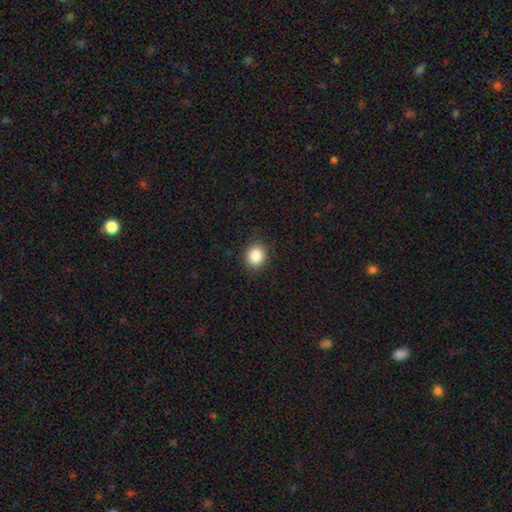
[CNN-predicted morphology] A smooth galaxy with no disk features (88%) that is round (80%).

Vote fractions:
- Smooth or featured? smooth: 88% / star or artifact: 9% / featured or disk: 3%
- How rounded? round: 80% / in between: 19% / cigar-shaped: 1%
- Merging? none: 88% / minor disturbance: 8% / major disturbance: 3% / merger: 1%